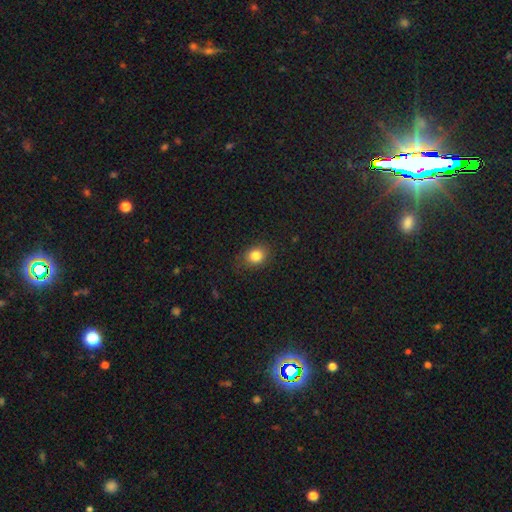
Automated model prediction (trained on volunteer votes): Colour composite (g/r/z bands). It shows a smooth galaxy with no disk features (83%) that is round (50%). Merging: none (82%).